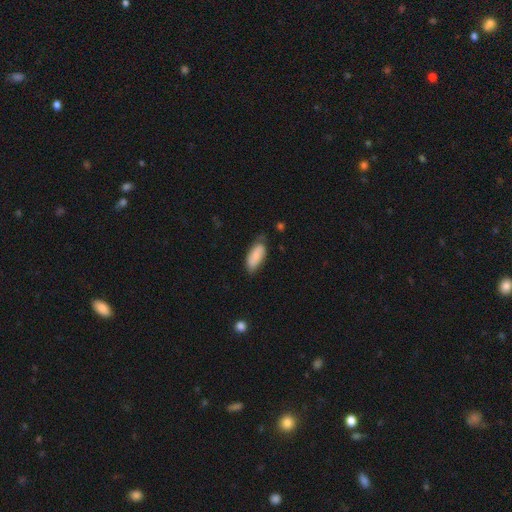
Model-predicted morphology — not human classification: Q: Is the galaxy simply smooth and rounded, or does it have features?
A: smooth — 77%.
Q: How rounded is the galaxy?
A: in between — 87%.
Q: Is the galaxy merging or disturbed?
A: none — 65%.